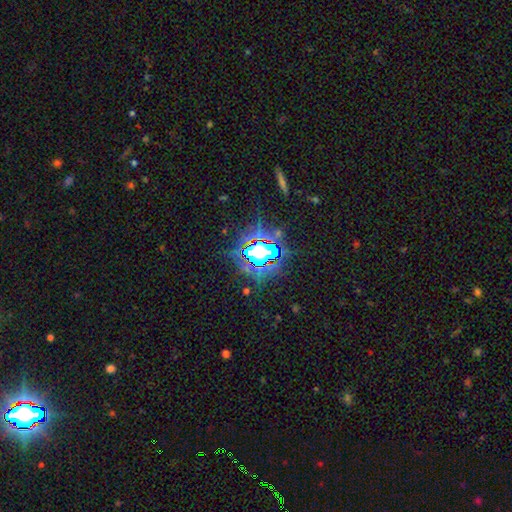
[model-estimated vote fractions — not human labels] The model was most divided on "smooth or featured": star or artifact: 73%, smooth: 16%, featured or disk: 11%.